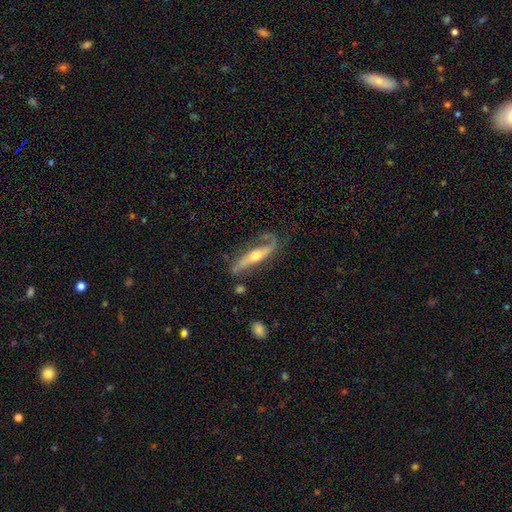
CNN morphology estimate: type=featured or disk (79%); edge-on=no (53%); merging=none (56%).